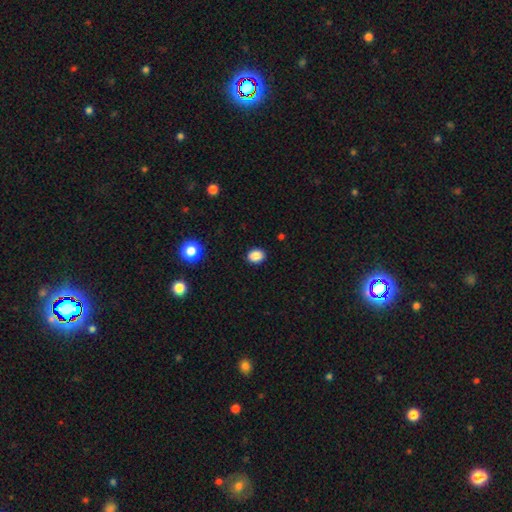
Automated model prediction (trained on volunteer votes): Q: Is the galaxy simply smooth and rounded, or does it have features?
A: smooth — 88%.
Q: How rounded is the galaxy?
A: in between — 51%.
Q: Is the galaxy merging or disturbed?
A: none — 89%.